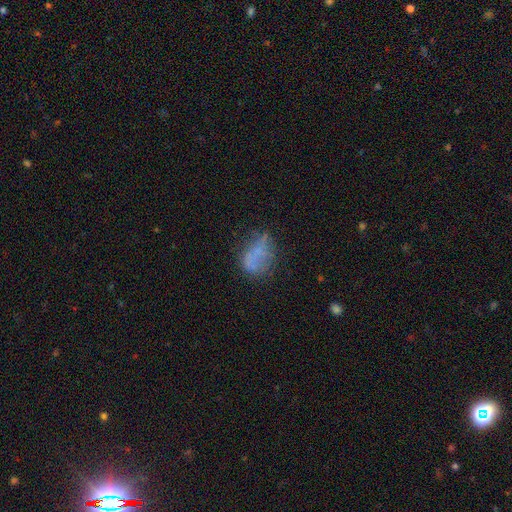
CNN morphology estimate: Q: Smooth or featured?
A: smooth (52%); runner-up: featured or disk (32%)
Q: How rounded?
A: in between (72%); runner-up: round (25%)
Q: Merging?
A: none (43%); runner-up: minor disturbance (28%)